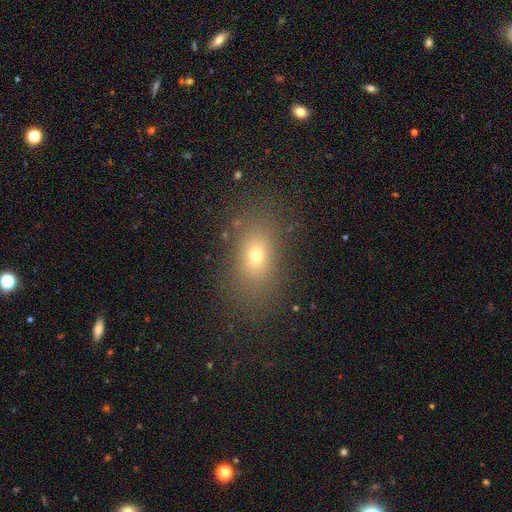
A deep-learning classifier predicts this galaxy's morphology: Smooth or featured?
  - smooth: 67% *
  - star or artifact: 19%
  - featured or disk: 13%
How rounded?
  - in between: 76% *
  - round: 21%
  - cigar-shaped: 3%
Merging?
  - none: 83% *
  - minor disturbance: 10%
  - major disturbance: 5%
  - merger: 2%